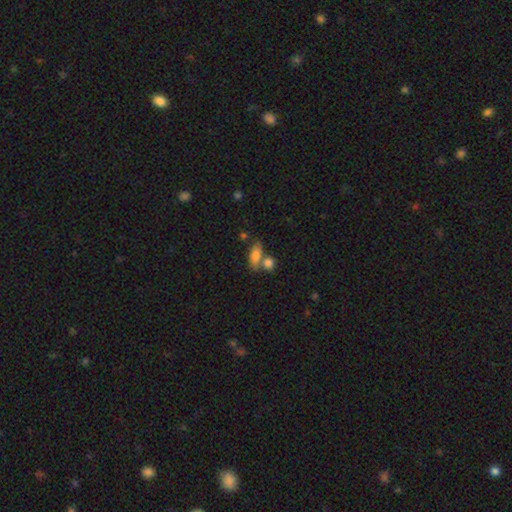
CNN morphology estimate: type=smooth (79%); roundness=in between (78%); merging=none (48%).